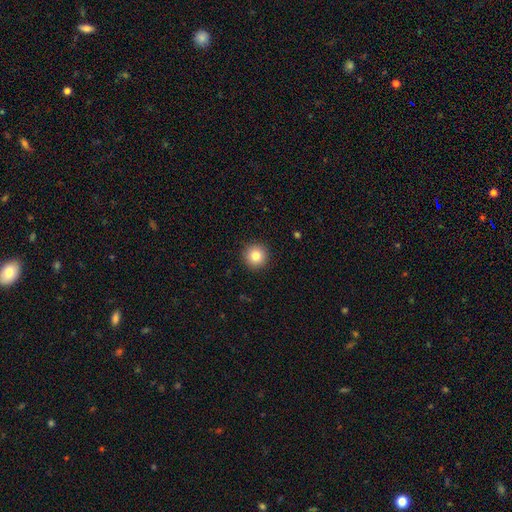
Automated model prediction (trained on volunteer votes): smooth-or-featured: smooth: 82% | star or artifact: 10% | featured or disk: 7%
  how-rounded: round: 96% | in between: 3% | cigar-shaped: 1%
  merging: none: 92% | minor disturbance: 5% | major disturbance: 2% | merger: 1%